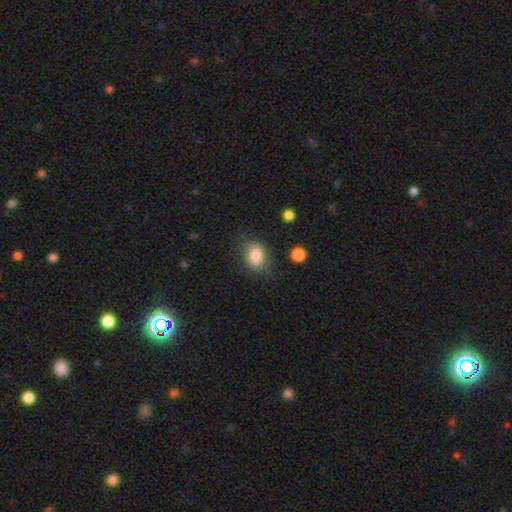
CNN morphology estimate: smooth_or_featured: smooth (p=0.84) [alt: star or artifact p=0.09]
how_rounded: in between (p=0.71) [alt: round p=0.28]
merging: none (p=0.72) [alt: minor disturbance p=0.19]